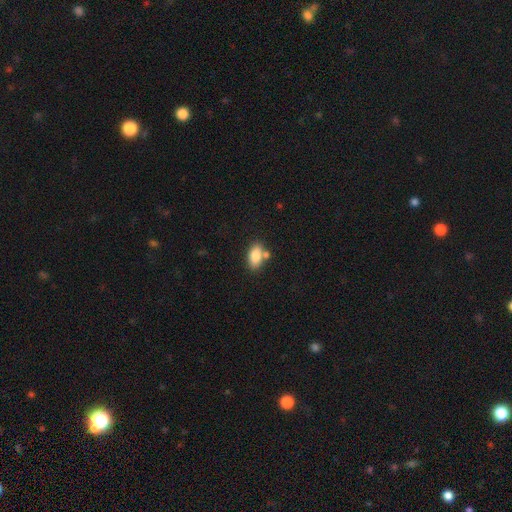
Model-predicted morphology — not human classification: smooth_or_featured: smooth (p=0.83) [alt: featured or disk p=0.10]
how_rounded: in between (p=0.90) [alt: round p=0.07]
merging: none (p=0.66) [alt: merger p=0.18]